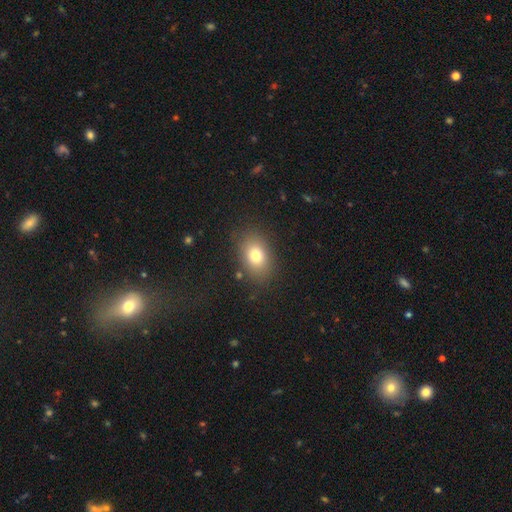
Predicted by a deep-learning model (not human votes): smooth 76%, star or artifact 12%, featured or disk 12%. Down the decision tree: how rounded — in between (72%); merging — none (83%).